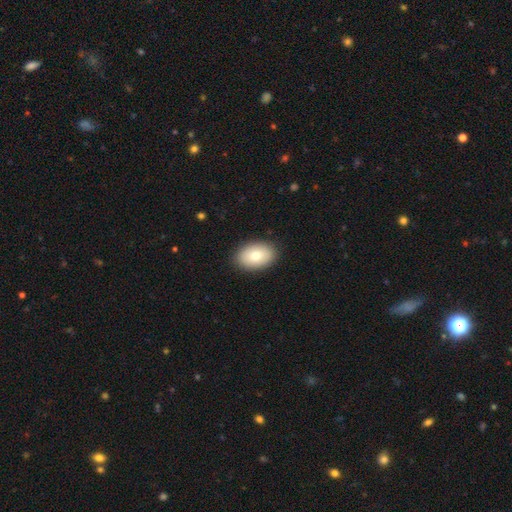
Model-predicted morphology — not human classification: This is likely a smooth galaxy (78%). How rounded: clearly in between (86%). Merging: clearly none (89%).